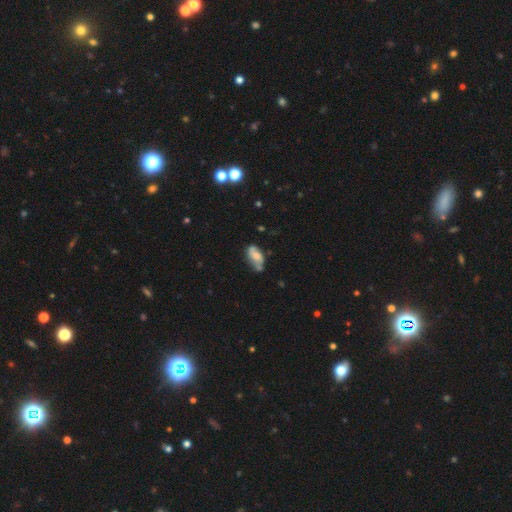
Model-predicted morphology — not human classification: Overall: smooth (49%; featured or disk 43%). Merging: none (53%; minor disturbance 30%).